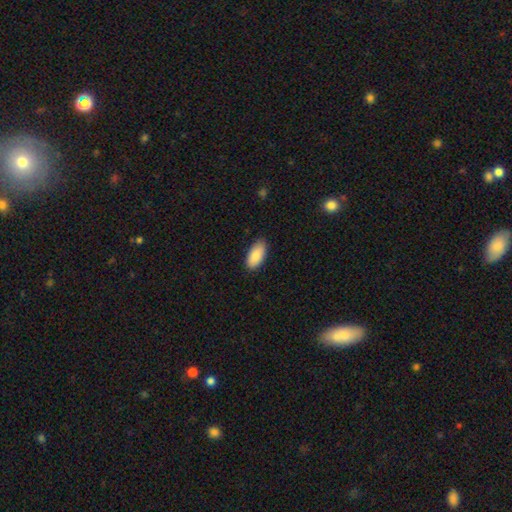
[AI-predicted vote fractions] Smooth or featured?
  - smooth: 88% *
  - featured or disk: 6%
  - star or artifact: 6%
How rounded?
  - in between: 94% *
  - cigar-shaped: 5%
  - round: 2%
Merging?
  - none: 86% *
  - minor disturbance: 12%
  - major disturbance: 2%
  - merger: 1%